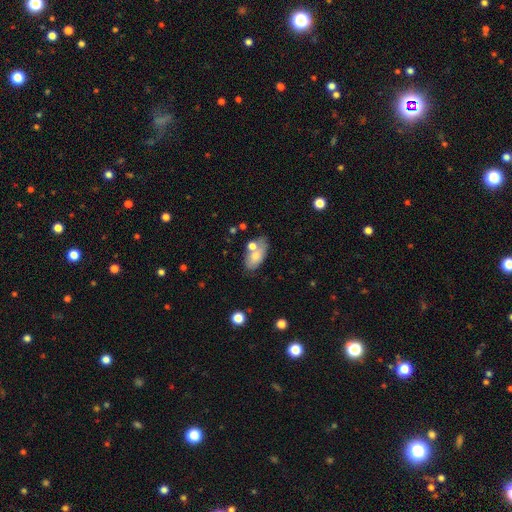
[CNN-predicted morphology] type=smooth (73%); roundness=in between (91%); merging=none (54%).